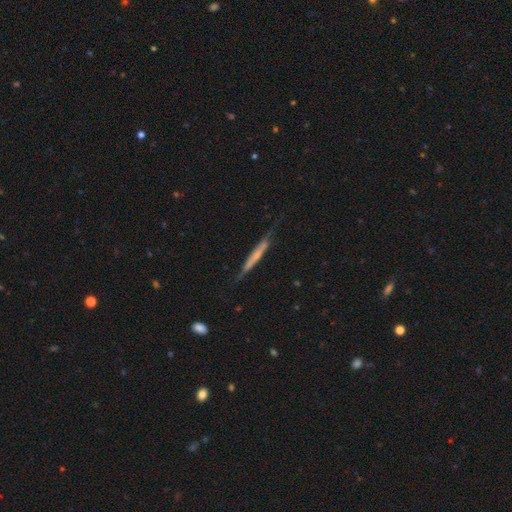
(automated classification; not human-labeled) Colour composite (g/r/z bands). It shows a featured or disk galaxy (53%) viewed edge-on (91%). Merging: none (69%).